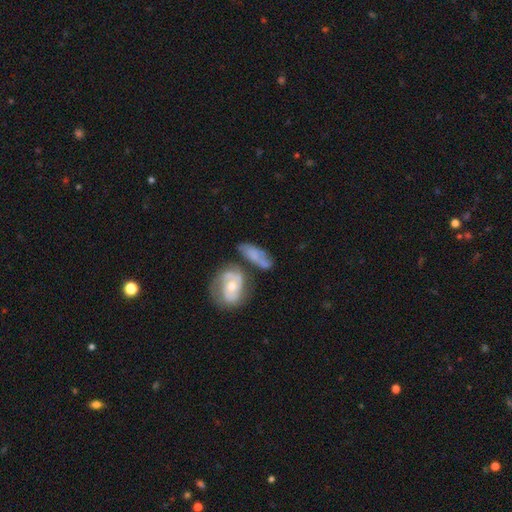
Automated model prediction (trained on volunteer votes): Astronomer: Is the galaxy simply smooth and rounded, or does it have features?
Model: featured or disk — 48% (runner-up: smooth, 44%).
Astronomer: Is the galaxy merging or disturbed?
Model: none — 37% (runner-up: merger, 28%).